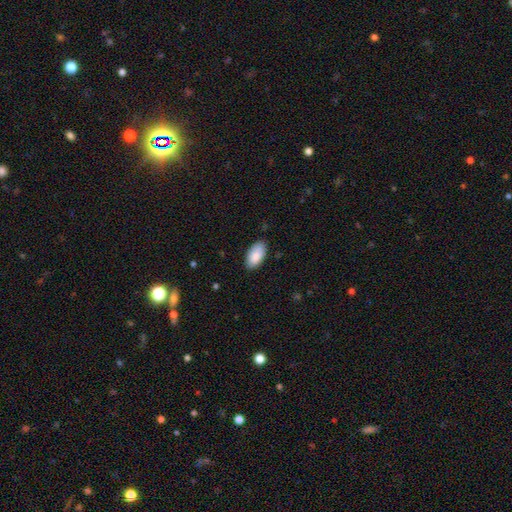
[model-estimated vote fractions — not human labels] A smooth galaxy with no disk features (88%) that is in between round and cigar-shaped (95%).

Vote fractions:
- Smooth or featured? smooth: 88% / featured or disk: 6% / star or artifact: 6%
- How rounded? in between: 95% / round: 2% / cigar-shaped: 2%
- Merging? none: 82% / minor disturbance: 15% / major disturbance: 2% / merger: 1%